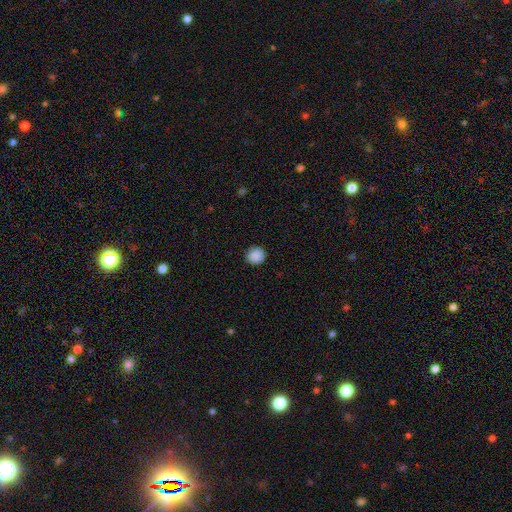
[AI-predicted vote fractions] Smooth or featured? smooth (89%)
How rounded? round (92%)
Merging? none (91%)